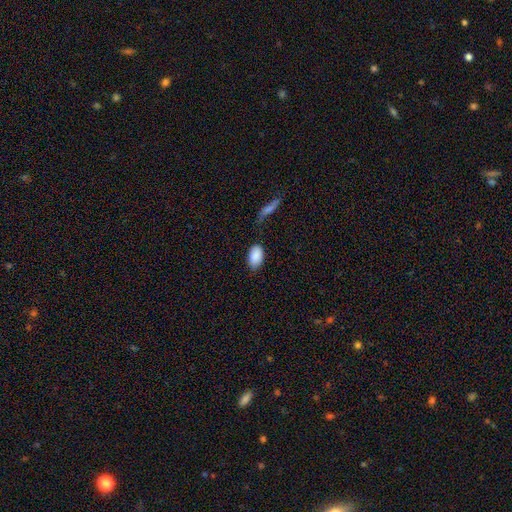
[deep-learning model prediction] Overall: smooth (89%). How rounded: in between (93%). Merging: none (72%).